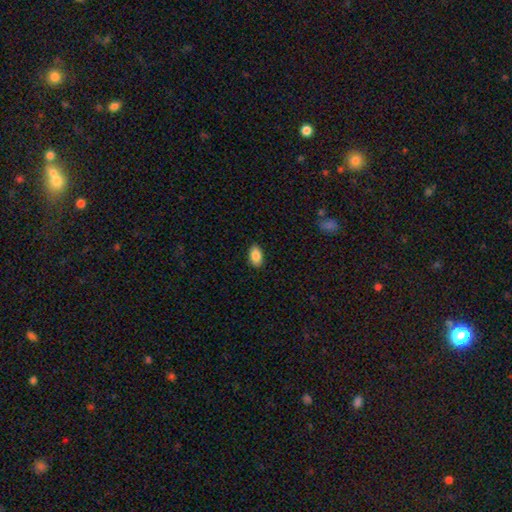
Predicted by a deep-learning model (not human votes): A smooth galaxy with no disk features (87%) that is in between round and cigar-shaped (91%).

Vote fractions:
- Smooth or featured? smooth: 87% / star or artifact: 7% / featured or disk: 5%
- How rounded? in between: 91% / round: 7% / cigar-shaped: 2%
- Merging? none: 89% / minor disturbance: 9% / major disturbance: 2% / merger: 1%